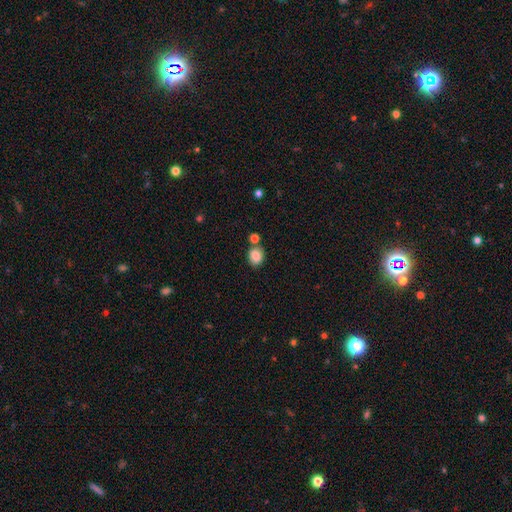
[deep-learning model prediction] smooth_or_featured: smooth (p=0.86) [alt: star or artifact p=0.09]
how_rounded: in between (p=0.52) [alt: round p=0.47]
merging: none (p=0.66) [alt: merger p=0.17]